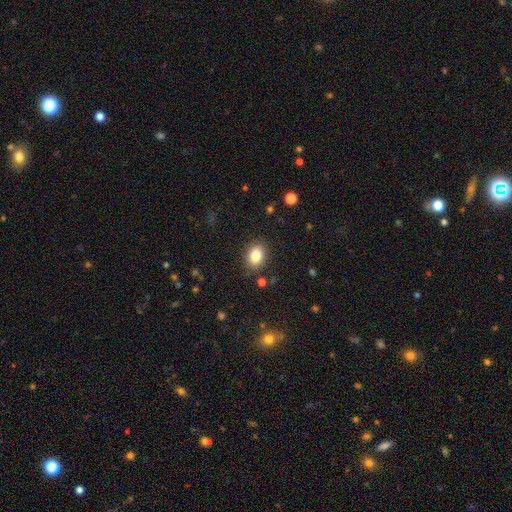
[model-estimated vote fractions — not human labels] The model was most divided on "how rounded": in between: 70%, round: 29%, cigar-shaped: 1%. More confident: merging — none (85%); smooth or featured — smooth (84%).